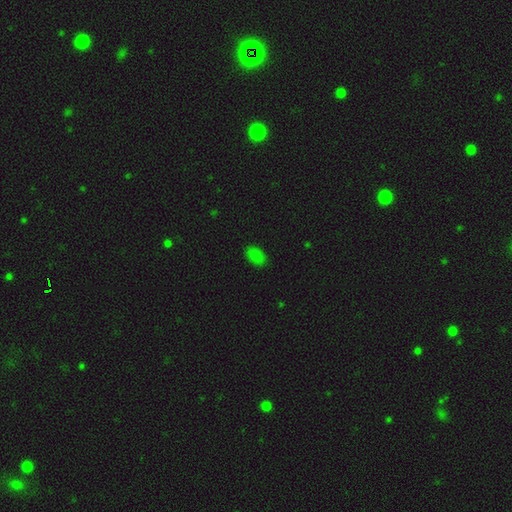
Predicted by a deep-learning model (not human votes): smooth_or_featured: smooth (p=0.82) [alt: star or artifact p=0.14]
how_rounded: in between (p=0.90) [alt: round p=0.08]
merging: none (p=0.85) [alt: minor disturbance p=0.12]